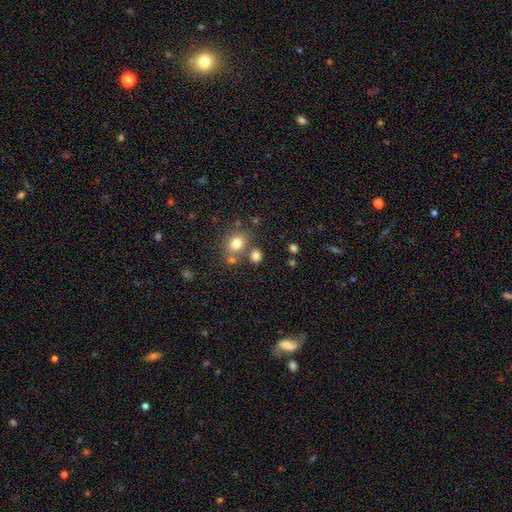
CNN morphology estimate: This is likely a smooth galaxy (79%). How rounded: likely round (68%). Merging: likely none (68%).